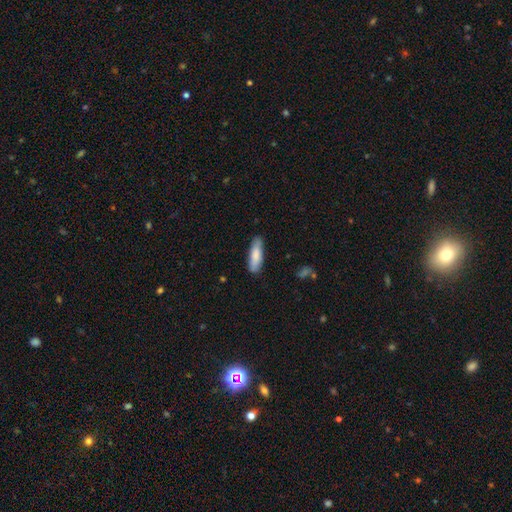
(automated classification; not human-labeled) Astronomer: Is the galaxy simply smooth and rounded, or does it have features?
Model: smooth — 82%.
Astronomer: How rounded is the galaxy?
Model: cigar-shaped — 55% (runner-up: in between, 44%).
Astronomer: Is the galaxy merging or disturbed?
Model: none — 81%.